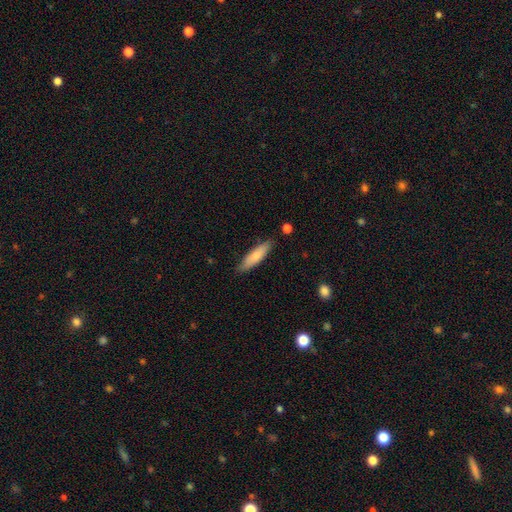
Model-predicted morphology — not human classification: A smooth galaxy with no disk features (77%) that is cigar-shaped (68%). Merging: none (82%).